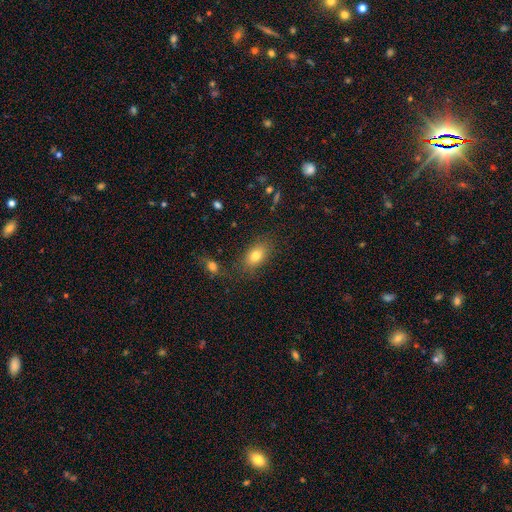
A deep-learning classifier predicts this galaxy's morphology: Overall: smooth (79%). How rounded: in between (84%). Merging: none (79%).